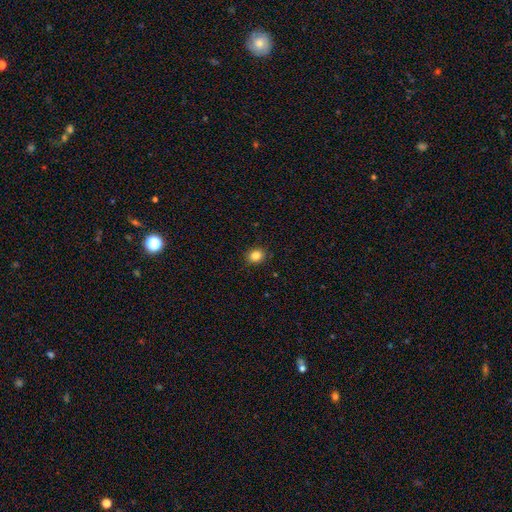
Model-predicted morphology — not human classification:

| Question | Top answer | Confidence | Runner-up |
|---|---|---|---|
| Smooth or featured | smooth | 85% | star or artifact (11%) |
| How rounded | round | 63% | in between (36%) |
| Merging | none | 89% | minor disturbance (8%) |